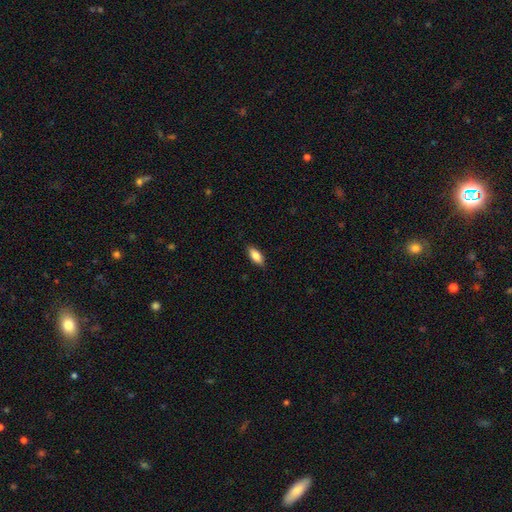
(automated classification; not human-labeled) Smooth or featured? smooth (81%)
How rounded? in between (84%)
Merging? none (87%)